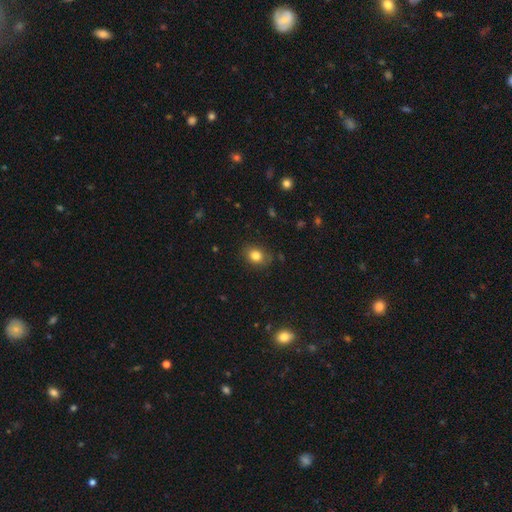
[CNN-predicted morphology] Smooth or featured? Predicted: smooth (p=0.81). How rounded? Predicted: in between (p=0.51). Merging? Predicted: none (p=0.82).